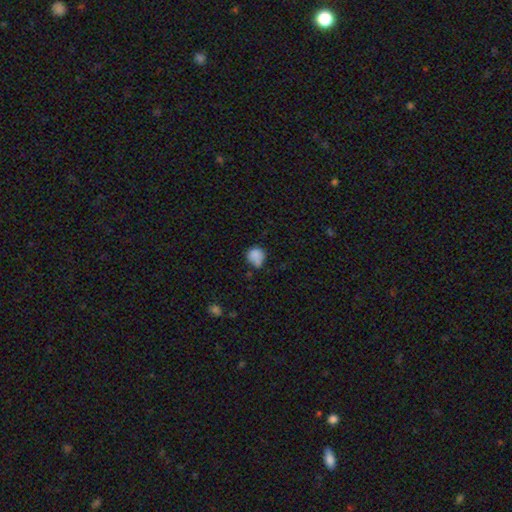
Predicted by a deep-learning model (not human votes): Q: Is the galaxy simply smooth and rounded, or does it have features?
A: smooth — 82%.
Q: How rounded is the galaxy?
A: round — 73%.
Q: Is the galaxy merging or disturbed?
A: none — 46%.